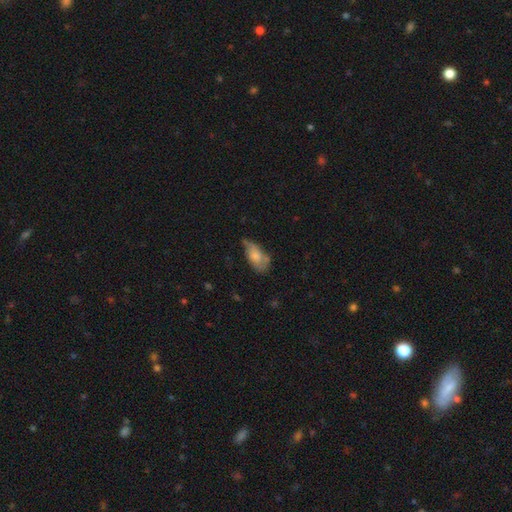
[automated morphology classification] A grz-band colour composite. It shows a smooth galaxy with no disk features (65%) that is in between round and cigar-shaped (89%). Merging: minor disturbance (38%).